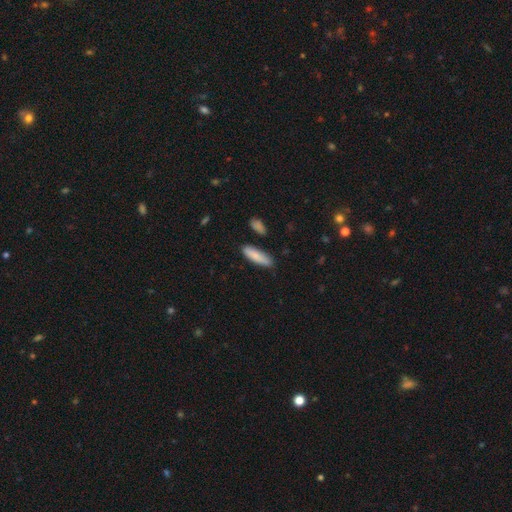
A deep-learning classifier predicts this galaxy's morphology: A smooth galaxy with no disk features (85%) that is cigar-shaped (60%). Merging: none (83%).